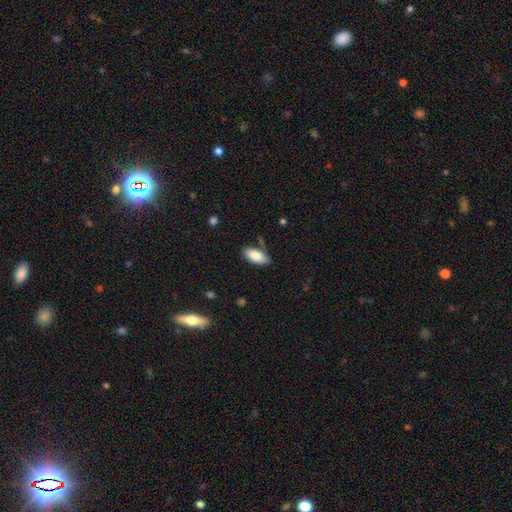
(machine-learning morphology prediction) smooth-or-featured: smooth: 84% | featured or disk: 10% | star or artifact: 6%
  how-rounded: in between: 88% | cigar-shaped: 10% | round: 2%
  merging: none: 77% | minor disturbance: 15% | merger: 4% | major disturbance: 3%